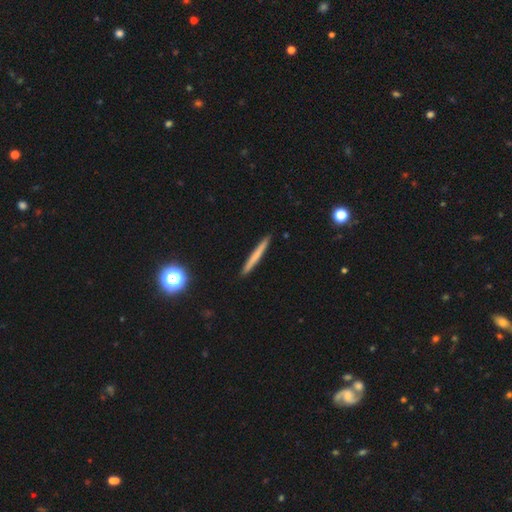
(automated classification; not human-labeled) This is likely a smooth galaxy (62%). How rounded: clearly cigar-shaped (97%). Merging: clearly none (92%).